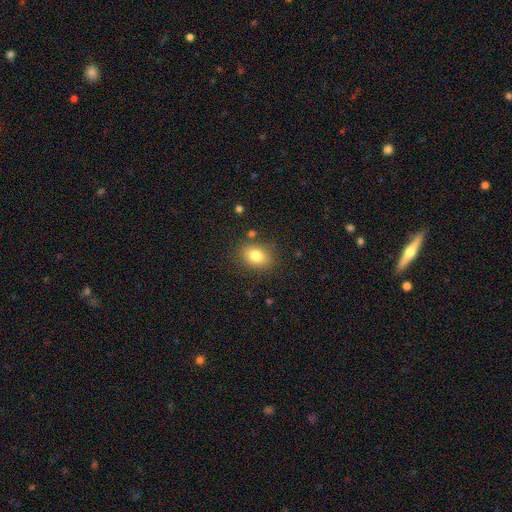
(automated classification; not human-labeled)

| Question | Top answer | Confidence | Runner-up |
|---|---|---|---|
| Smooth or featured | smooth | 80% | star or artifact (10%) |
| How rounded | in between | 69% | round (30%) |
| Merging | none | 82% | minor disturbance (11%) |